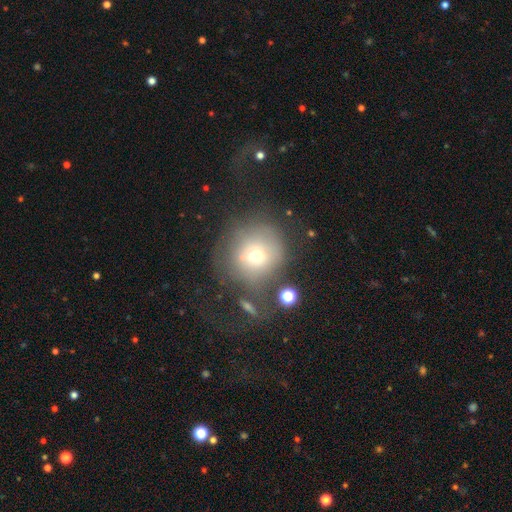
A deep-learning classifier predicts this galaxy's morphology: This is likely a smooth galaxy (65%). How rounded: clearly round (90%). Merging: possibly none (56%).